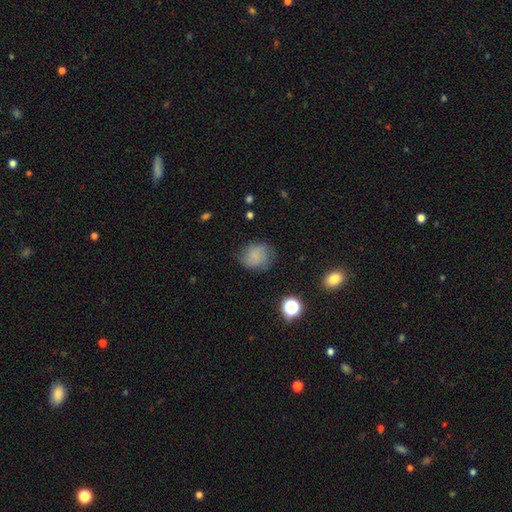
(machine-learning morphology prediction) This is likely a smooth galaxy (73%). How rounded: likely round (75%). Merging: likely none (67%).